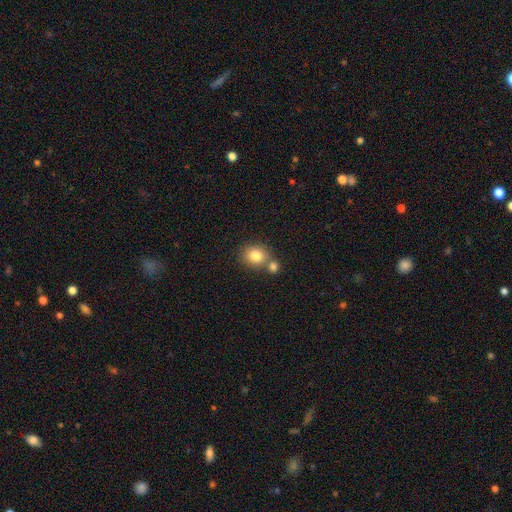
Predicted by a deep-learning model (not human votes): smooth-or-featured: smooth: 81% | star or artifact: 10% | featured or disk: 9%
  how-rounded: round: 70% | in between: 29% | cigar-shaped: 1%
  merging: none: 55% | merger: 32% | minor disturbance: 10% | major disturbance: 3%